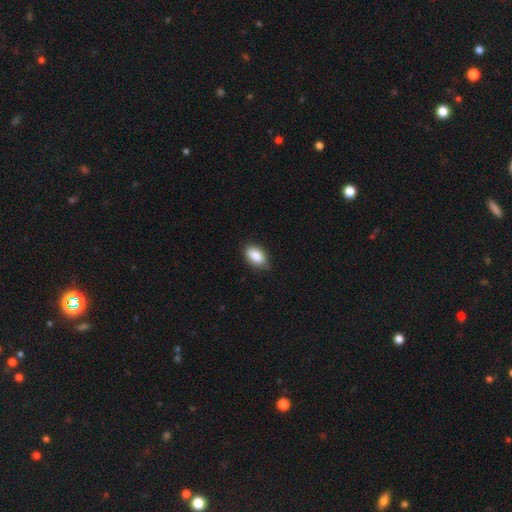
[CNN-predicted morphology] This is clearly a smooth galaxy (87%). How rounded: clearly in between (91%). Merging: likely none (79%).